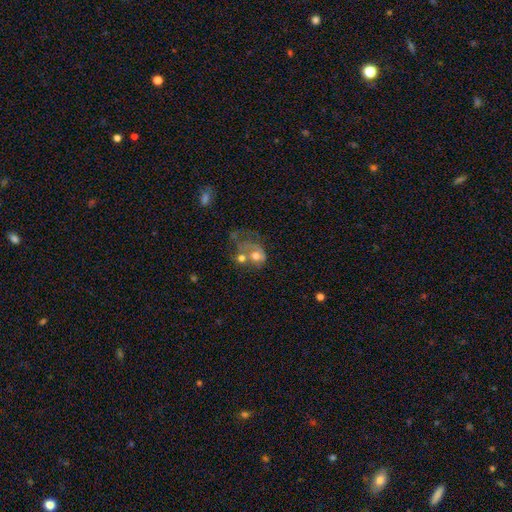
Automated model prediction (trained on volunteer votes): A smooth galaxy with no disk features (46%). Merging: merger (41%).